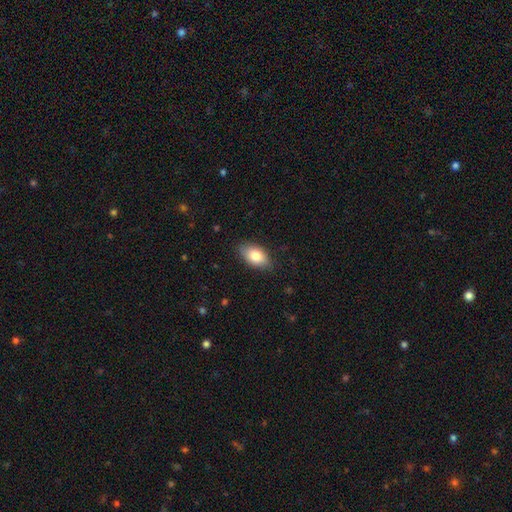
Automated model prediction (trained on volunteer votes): Q: Smooth or featured?
A: smooth (82%); runner-up: featured or disk (12%)
Q: How rounded?
A: in between (92%); runner-up: round (5%)
Q: Merging?
A: none (84%); runner-up: minor disturbance (13%)